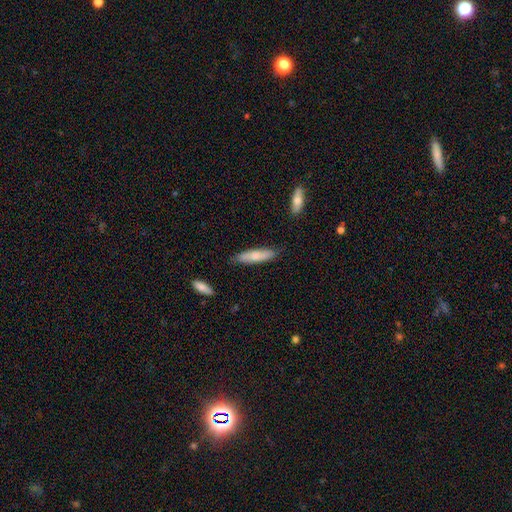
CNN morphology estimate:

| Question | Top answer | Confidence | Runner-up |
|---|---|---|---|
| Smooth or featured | smooth | 75% | featured or disk (19%) |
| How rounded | cigar-shaped | 72% | in between (26%) |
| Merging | none | 82% | minor disturbance (13%) |